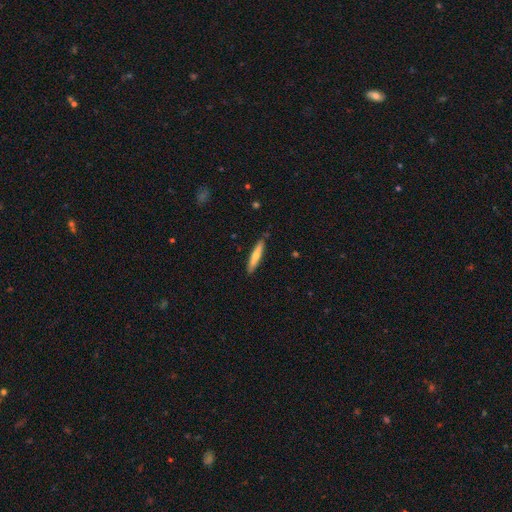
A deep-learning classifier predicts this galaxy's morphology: The model was most divided on "smooth or featured": smooth: 62%, featured or disk: 33%, star or artifact: 6%. More confident: how rounded — cigar-shaped (90%); merging — none (88%).